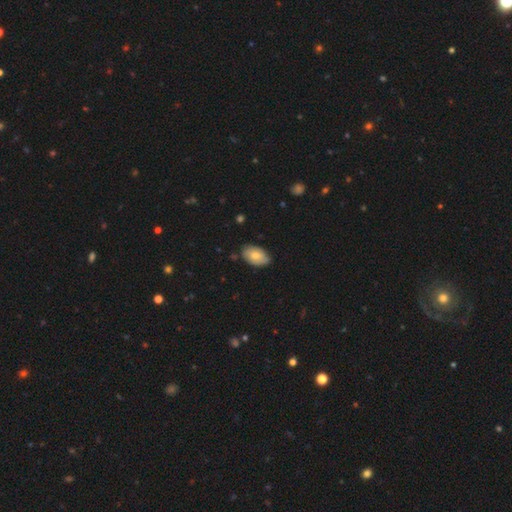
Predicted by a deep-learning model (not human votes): Smooth or featured? Predicted: smooth (p=0.75). How rounded? Predicted: in between (p=0.93). Merging? Predicted: none (p=0.75).